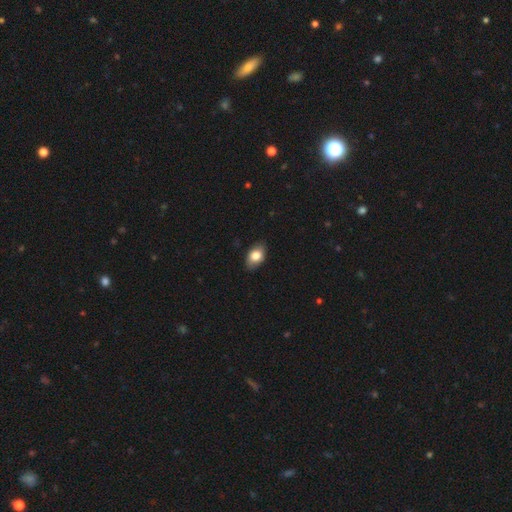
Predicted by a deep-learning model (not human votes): A smooth galaxy with no disk features (79%) that is in between round and cigar-shaped (88%).

Vote fractions:
- Smooth or featured? smooth: 79% / featured or disk: 14% / star or artifact: 7%
- How rounded? in between: 88% / round: 10% / cigar-shaped: 2%
- Merging? none: 86% / minor disturbance: 12% / major disturbance: 2% / merger: 1%